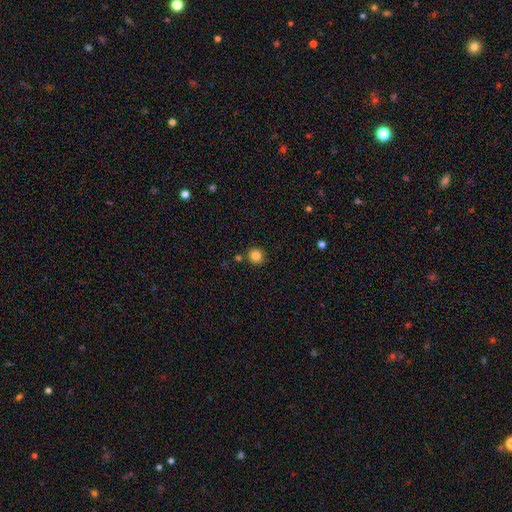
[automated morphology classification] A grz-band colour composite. It shows a smooth galaxy with no disk features (84%) that is round (93%). Merging: none (87%).